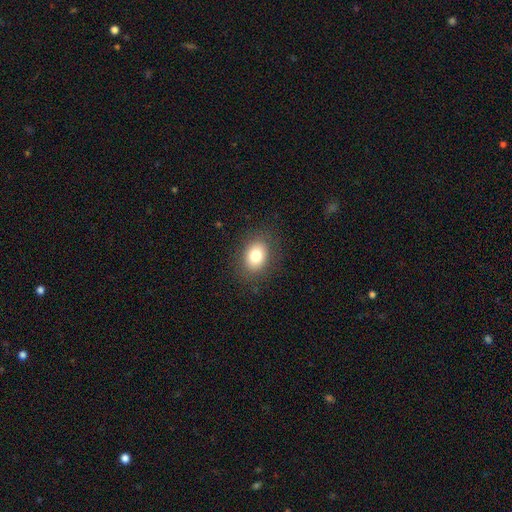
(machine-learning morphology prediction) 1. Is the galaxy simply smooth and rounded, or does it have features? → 79% smooth, 11% featured or disk, 10% star or artifact.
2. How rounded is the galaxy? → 62% in between, 37% round, 1% cigar-shaped.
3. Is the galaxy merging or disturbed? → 85% none, 10% minor disturbance, 4% major disturbance, 1% merger.